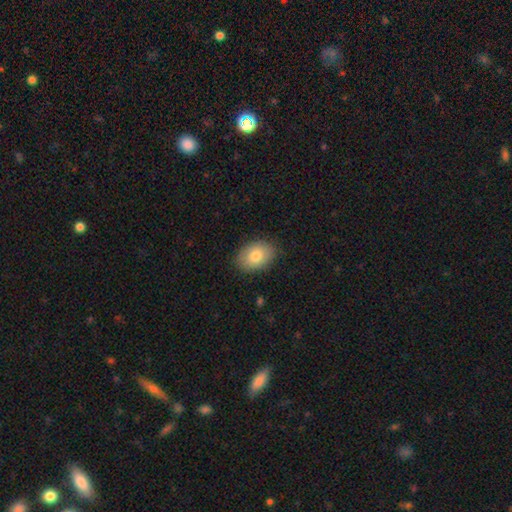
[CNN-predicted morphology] This appears to be a smooth galaxy with no disk features (80%) that is in between round and cigar-shaped (82%). Merging: none (85%).